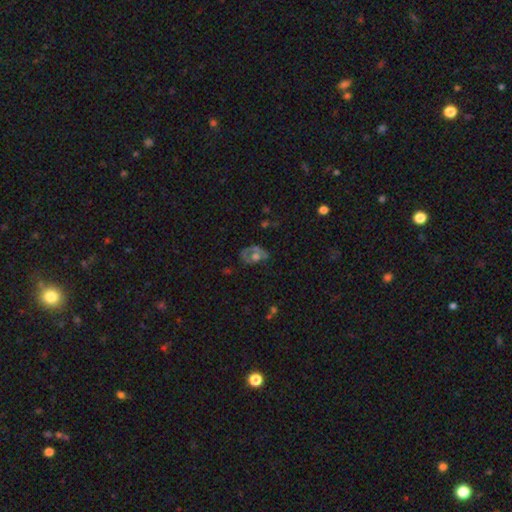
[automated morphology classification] smooth-or-featured: featured or disk: 53% | smooth: 36% | star or artifact: 12%
  disk-edge-on: no: 95% | yes: 5%
  merging: none: 50% | minor disturbance: 24% | major disturbance: 22% | merger: 5%